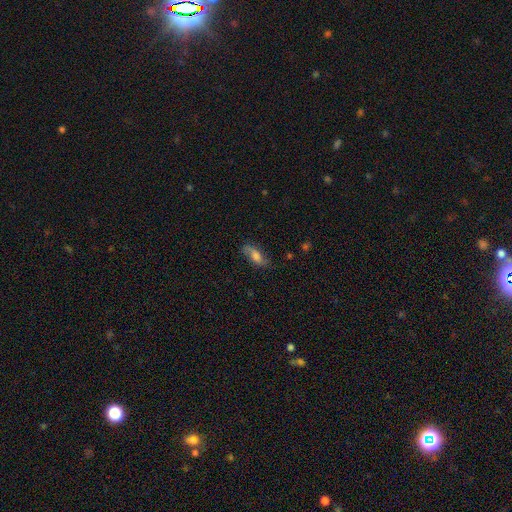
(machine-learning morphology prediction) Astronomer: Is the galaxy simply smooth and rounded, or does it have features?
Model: smooth — 53% (runner-up: featured or disk, 38%).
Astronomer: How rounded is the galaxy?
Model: in between — 72%.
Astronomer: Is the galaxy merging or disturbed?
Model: none — 70%.